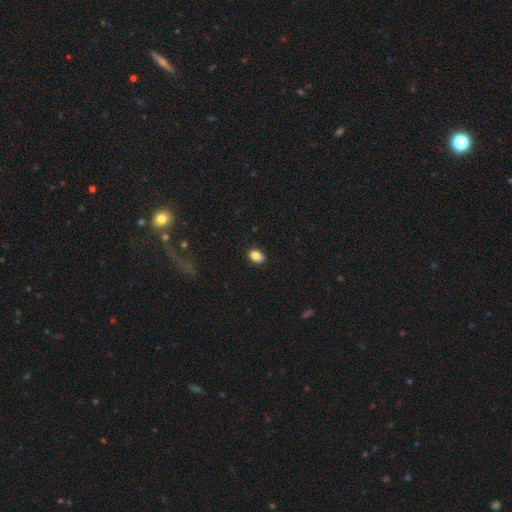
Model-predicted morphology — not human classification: A smooth galaxy with no disk features (84%) that is in between round and cigar-shaped (69%). Merging: none (88%).